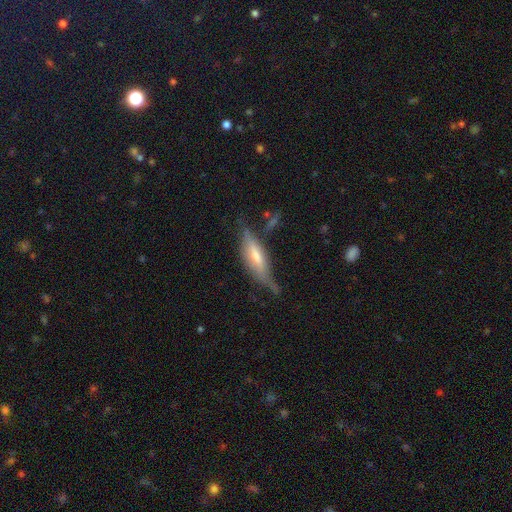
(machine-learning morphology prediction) A featured or disk galaxy (59%) viewed edge-on (85%) with a rounded central bulge (56%).

Vote fractions:
- Smooth or featured? featured or disk: 59% / smooth: 34% / star or artifact: 7%
- Edge-on disk? yes: 85% / no: 15%
- Edge-on bulge? rounded: 56% / boxy: 30% / none: 14%
- Merging? none: 58% / minor disturbance: 28% / major disturbance: 11% / merger: 3%